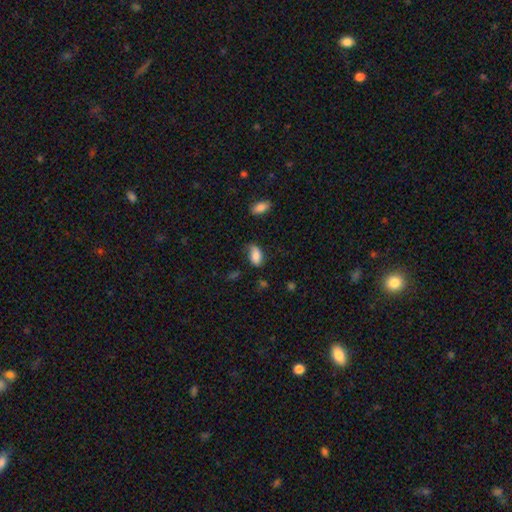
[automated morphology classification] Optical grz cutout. It shows a smooth galaxy with no disk features (80%) that is in between round and cigar-shaped (92%). Merging: none (55%).